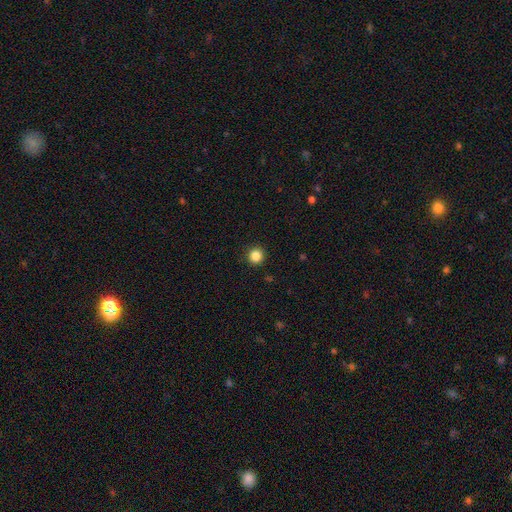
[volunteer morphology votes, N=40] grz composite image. It shows a smooth galaxy with no disk features (90%) that is round (100%). Merging: none (94%).